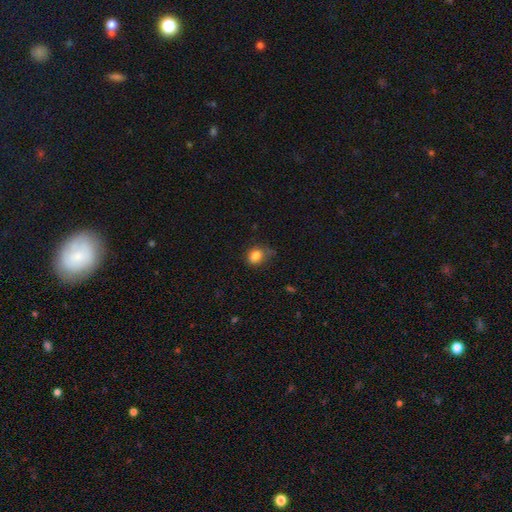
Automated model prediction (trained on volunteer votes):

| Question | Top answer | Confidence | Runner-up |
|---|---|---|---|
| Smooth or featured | smooth | 84% | star or artifact (10%) |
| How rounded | round | 50% | in between (49%) |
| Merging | none | 64% | minor disturbance (27%) |